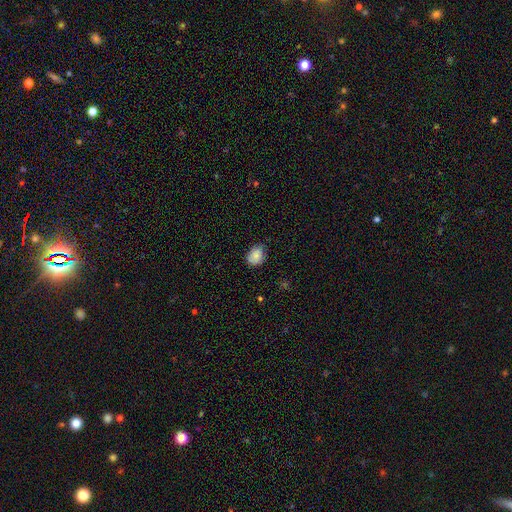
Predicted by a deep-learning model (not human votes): Smooth or featured? Predicted: smooth (p=0.84). How rounded? Predicted: in between (p=0.64). Merging? Predicted: none (p=0.70).